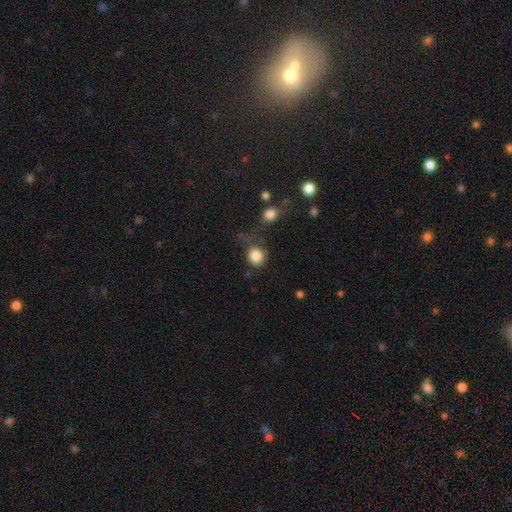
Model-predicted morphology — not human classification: type=smooth (85%); roundness=round (81%); merging=none (61%).